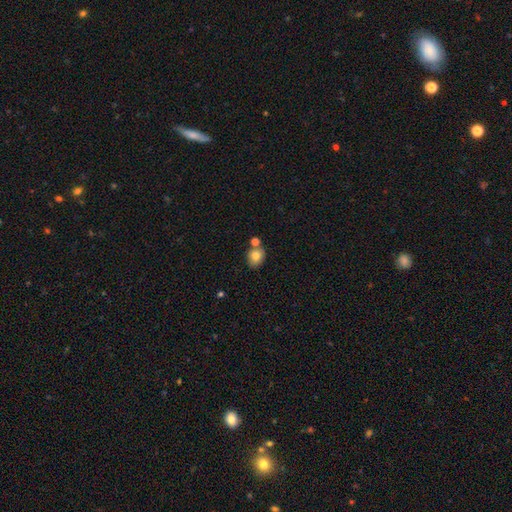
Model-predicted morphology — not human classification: This is clearly a smooth galaxy (81%). How rounded: possibly round (54%). Merging: likely none (64%).